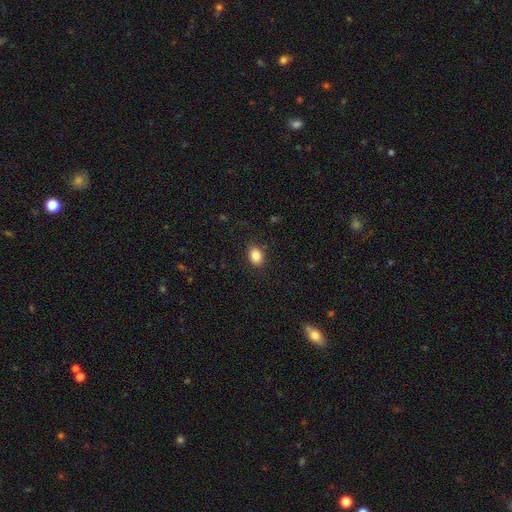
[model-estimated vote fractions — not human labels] Q: Smooth or featured?
A: smooth (86%); runner-up: star or artifact (9%)
Q: How rounded?
A: in between (69%); runner-up: round (30%)
Q: Merging?
A: none (86%); runner-up: minor disturbance (10%)